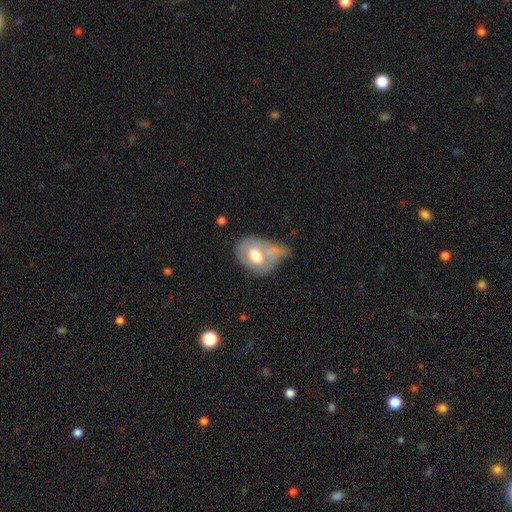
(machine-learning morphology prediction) A smooth galaxy with no disk features (54%) that is in between round and cigar-shaped (72%).

Vote fractions:
- Smooth or featured? smooth: 54% / featured or disk: 40% / star or artifact: 6%
- How rounded? in between: 72% / round: 26% / cigar-shaped: 2%
- Merging? merger: 30% / none: 26% / minor disturbance: 23% / major disturbance: 21%